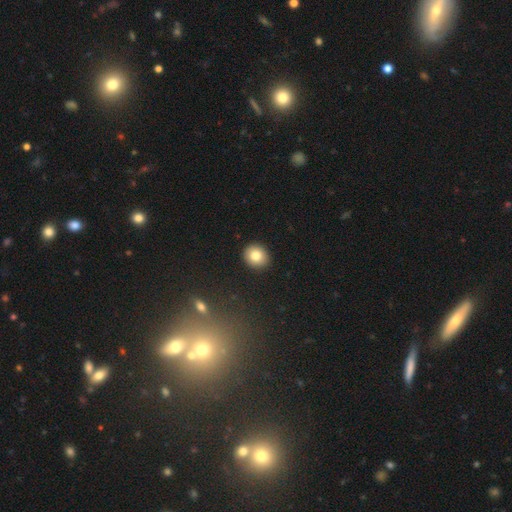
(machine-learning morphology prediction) Overall: smooth (82%). How rounded: round (79%). Merging: none (92%).